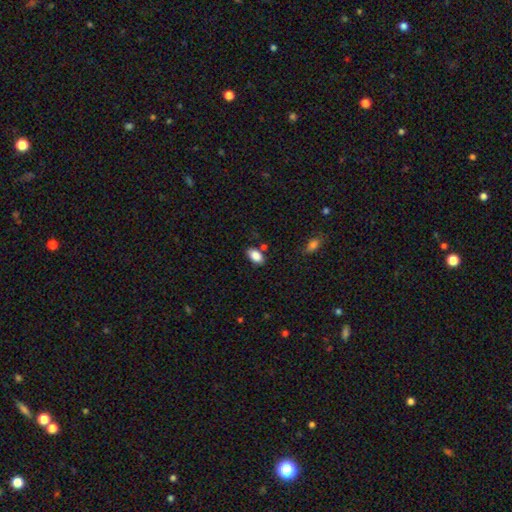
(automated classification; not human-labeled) A smooth galaxy with no disk features (87%) that is in between round and cigar-shaped (93%).

Vote fractions:
- Smooth or featured? smooth: 87% / star or artifact: 8% / featured or disk: 5%
- How rounded? in between: 93% / round: 5% / cigar-shaped: 2%
- Merging? none: 77% / minor disturbance: 14% / merger: 6% / major disturbance: 3%